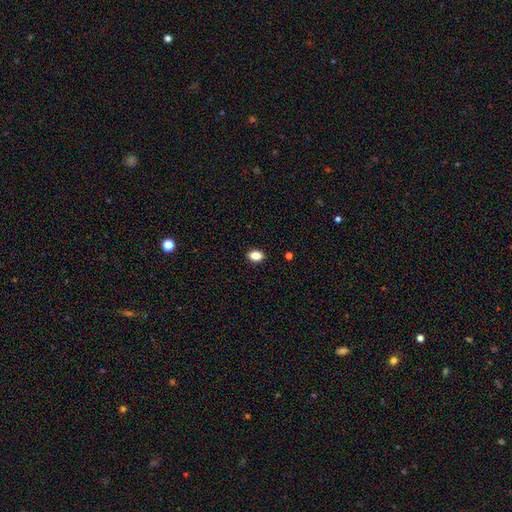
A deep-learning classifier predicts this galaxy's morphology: Smooth or featured?
  - smooth: 85% *
  - star or artifact: 10%
  - featured or disk: 5%
How rounded?
  - in between: 80% *
  - round: 18%
  - cigar-shaped: 2%
Merging?
  - none: 90% *
  - minor disturbance: 7%
  - major disturbance: 2%
  - merger: 1%